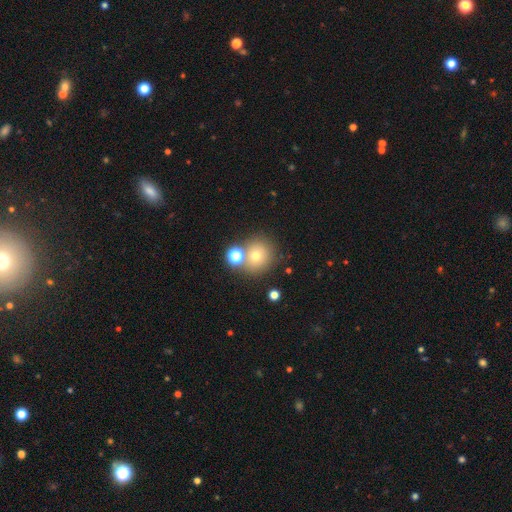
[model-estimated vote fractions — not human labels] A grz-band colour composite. It shows a smooth galaxy with no disk features (68%) that is round (88%). Merging: none (67%).